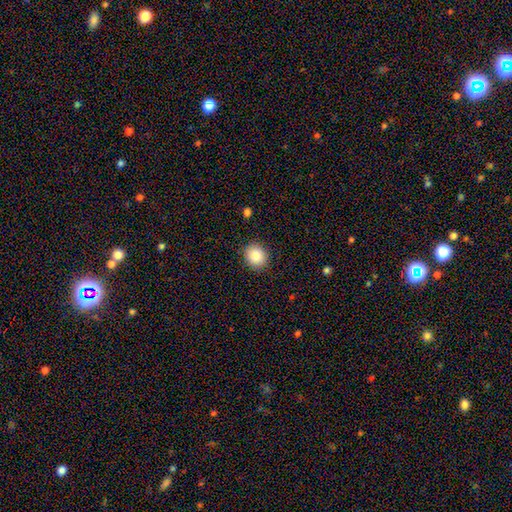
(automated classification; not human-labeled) Smooth or featured? Predicted: smooth (p=0.86). How rounded? Predicted: round (p=0.72). Merging? Predicted: none (p=0.90).